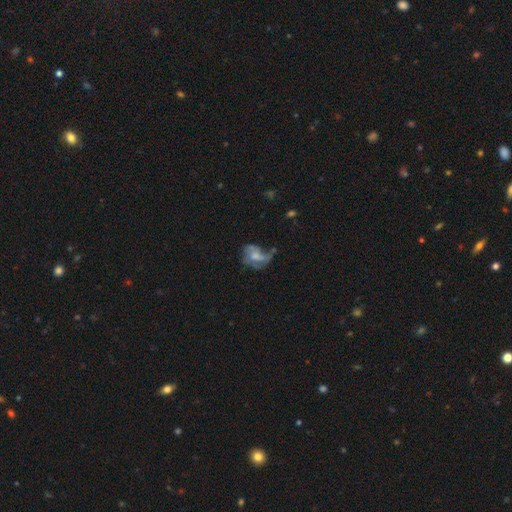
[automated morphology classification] A featured or disk galaxy (59%) with no bar (68%), spiral arms (63%) and a moderate central bulge (39%). Merging: major disturbance (40%).